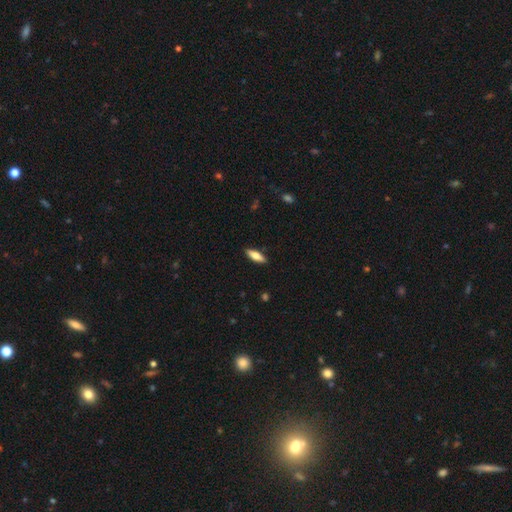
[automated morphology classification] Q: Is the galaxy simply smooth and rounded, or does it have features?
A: smooth — 71%.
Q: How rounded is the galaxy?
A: in between — 57%.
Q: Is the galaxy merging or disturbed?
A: none — 88%.